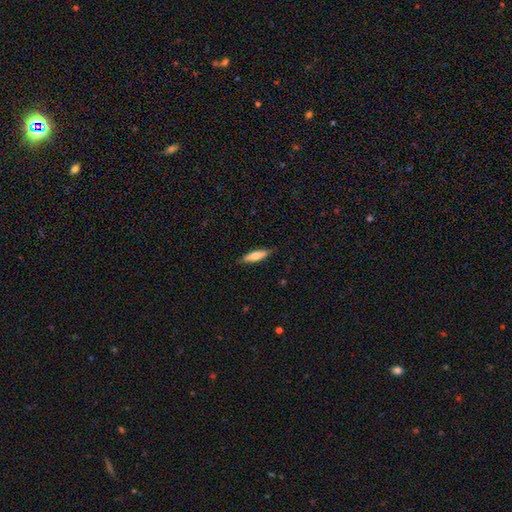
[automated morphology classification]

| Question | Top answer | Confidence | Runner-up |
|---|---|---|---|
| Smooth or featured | smooth | 66% | featured or disk (29%) |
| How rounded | cigar-shaped | 60% | in between (38%) |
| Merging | none | 83% | minor disturbance (13%) |